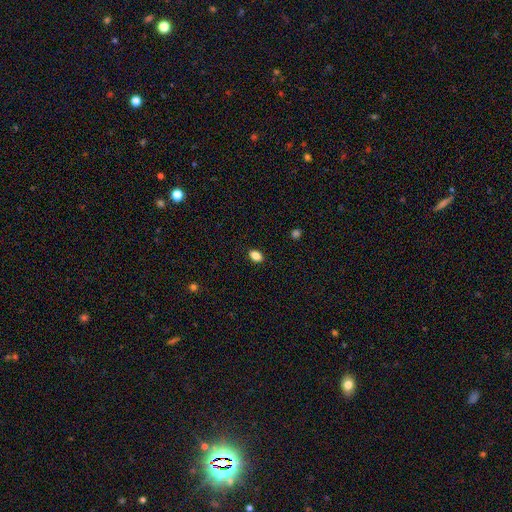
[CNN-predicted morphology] The model was most divided on "how rounded": in between: 84%, round: 14%, cigar-shaped: 2%. More confident: merging — none (89%); smooth or featured — smooth (87%).